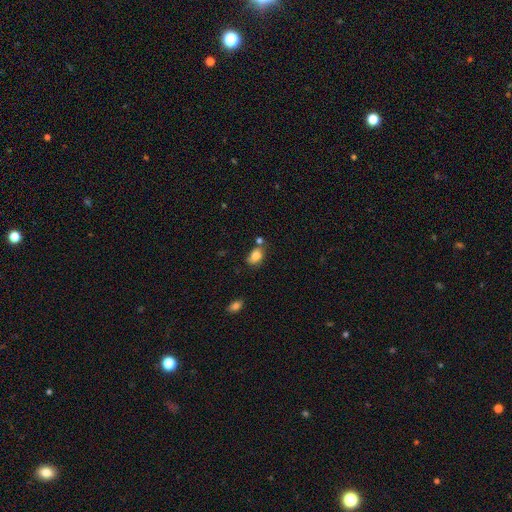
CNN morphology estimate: Smooth or featured? smooth (80%)
How rounded? in between (74%)
Merging? none (52%)